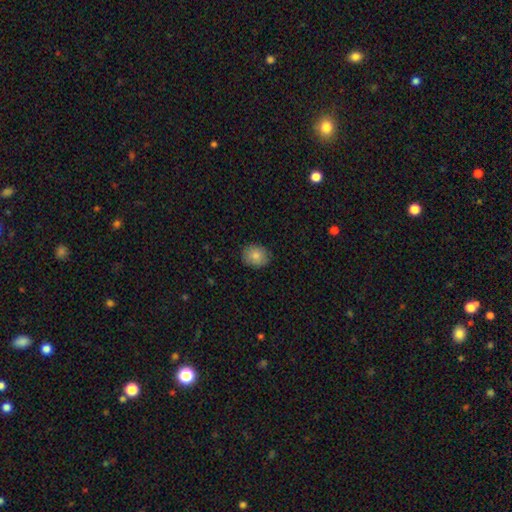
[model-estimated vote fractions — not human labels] Smooth or featured?
  - smooth: 83% *
  - featured or disk: 9%
  - star or artifact: 8%
How rounded?
  - round: 57% *
  - in between: 42%
  - cigar-shaped: 1%
Merging?
  - none: 85% *
  - minor disturbance: 11%
  - major disturbance: 2%
  - merger: 1%